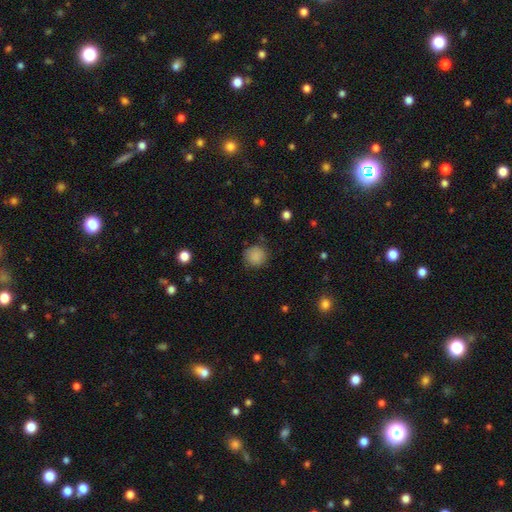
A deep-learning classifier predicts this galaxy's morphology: smooth 87%, star or artifact 9%, featured or disk 4%. Down the decision tree: how rounded — round (92%); merging — none (82%).